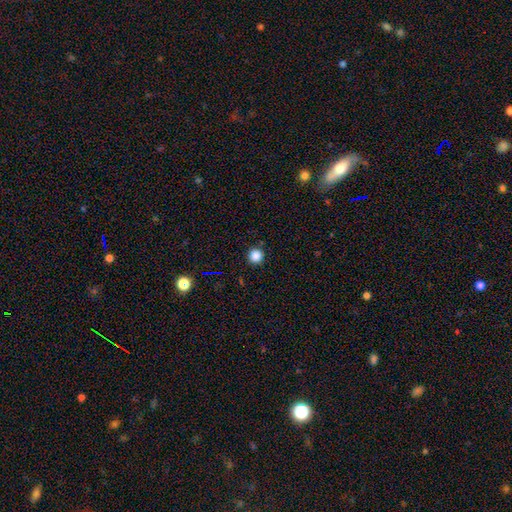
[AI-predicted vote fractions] smooth_or_featured: smooth (p=0.84) [alt: star or artifact p=0.12]
how_rounded: round (p=0.96) [alt: in between p=0.03]
merging: none (p=0.91) [alt: minor disturbance p=0.05]